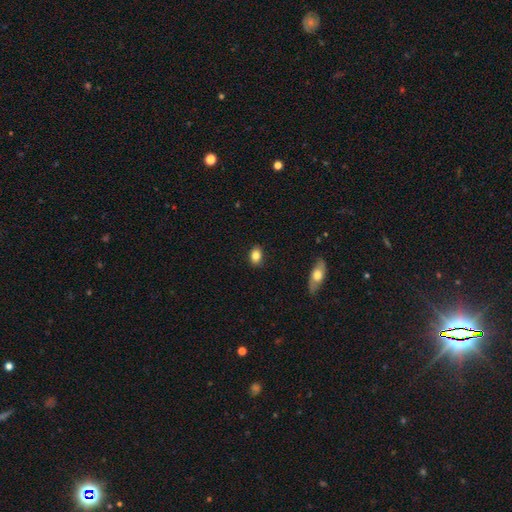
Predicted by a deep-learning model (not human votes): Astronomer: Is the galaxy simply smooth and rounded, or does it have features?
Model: smooth — 83%.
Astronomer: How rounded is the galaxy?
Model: in between — 73%.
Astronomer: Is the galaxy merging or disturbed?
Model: none — 87%.